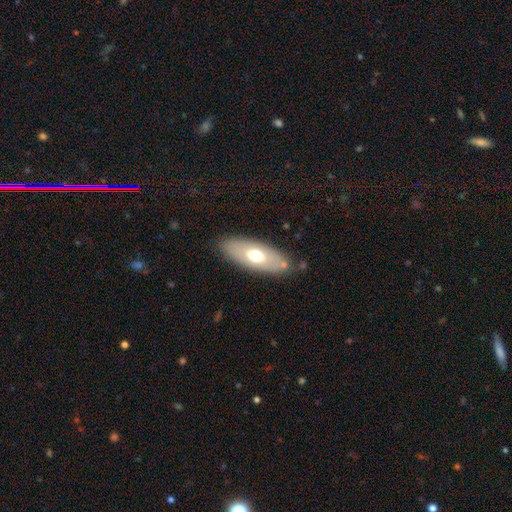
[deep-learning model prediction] smooth_or_featured: smooth (p=0.59) [alt: featured or disk p=0.34]
how_rounded: in between (p=0.81) [alt: cigar-shaped p=0.16]
merging: none (p=0.81) [alt: minor disturbance p=0.12]